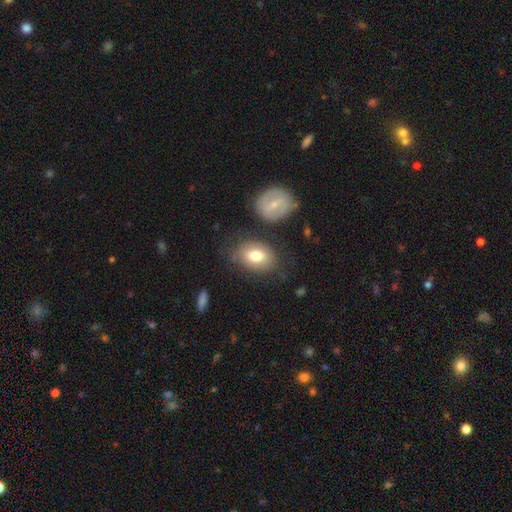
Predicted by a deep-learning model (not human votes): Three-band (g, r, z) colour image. It shows a smooth galaxy with no disk features (76%) that is in between round and cigar-shaped (80%). Merging: none (73%).